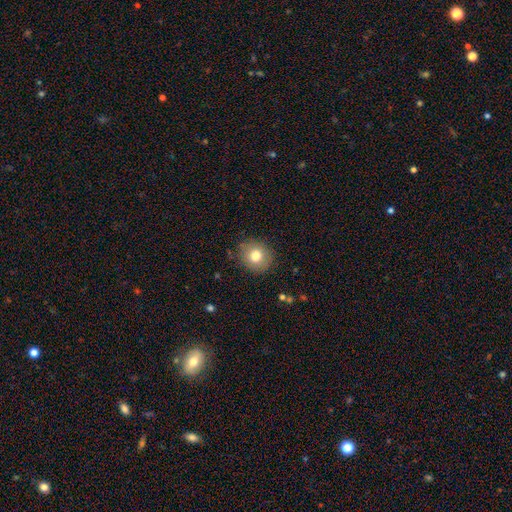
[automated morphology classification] The model was most divided on "smooth or featured": smooth: 77%, featured or disk: 12%, star or artifact: 10%. More confident: merging — none (86%); how rounded — round (86%).